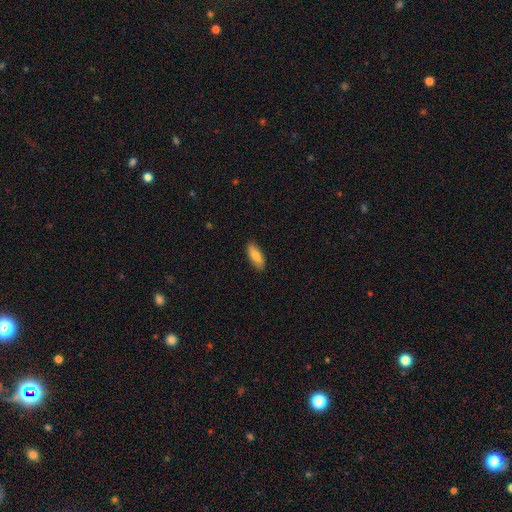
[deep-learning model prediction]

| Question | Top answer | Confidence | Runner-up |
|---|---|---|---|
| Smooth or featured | smooth | 80% | featured or disk (14%) |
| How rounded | in between | 68% | cigar-shaped (30%) |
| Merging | none | 88% | minor disturbance (10%) |